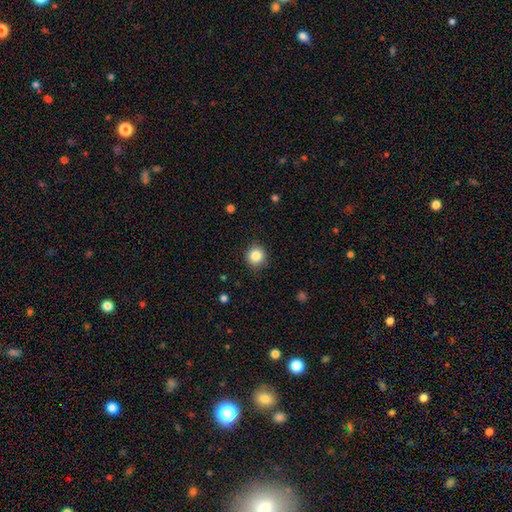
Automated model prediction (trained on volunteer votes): Q: Smooth or featured?
A: smooth (86%); runner-up: star or artifact (10%)
Q: How rounded?
A: round (92%); runner-up: in between (7%)
Q: Merging?
A: none (89%); runner-up: minor disturbance (8%)